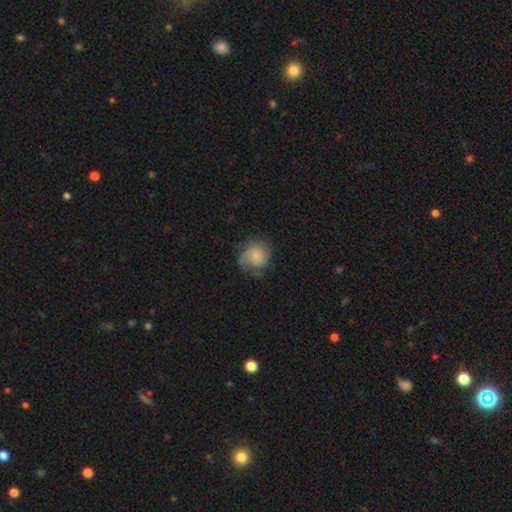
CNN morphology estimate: type=smooth (47%); merging=none (56%).